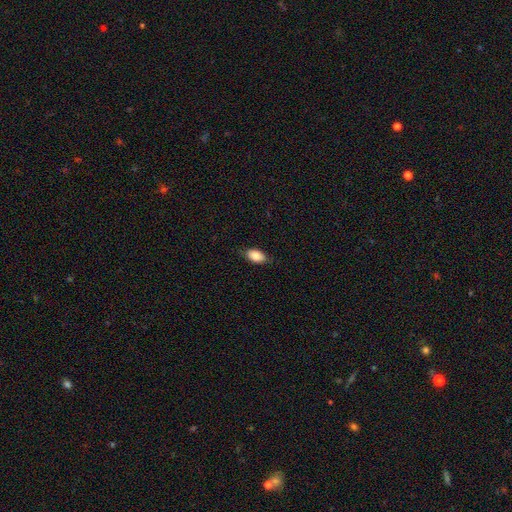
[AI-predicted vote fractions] The model was most divided on "merging": none: 81%, minor disturbance: 15%, major disturbance: 3%, merger: 1%. More confident: how rounded — in between (92%); smooth or featured — smooth (86%).